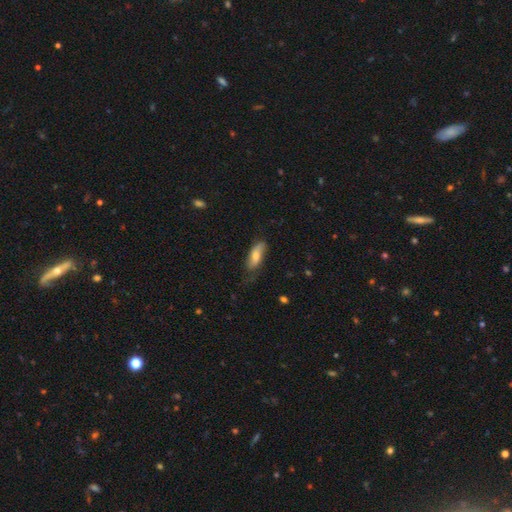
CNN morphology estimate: smooth-or-featured: smooth: 61% | featured or disk: 32% | star or artifact: 7%
  how-rounded: in between: 71% | cigar-shaped: 27% | round: 3%
  merging: none: 60% | minor disturbance: 29% | major disturbance: 9% | merger: 2%